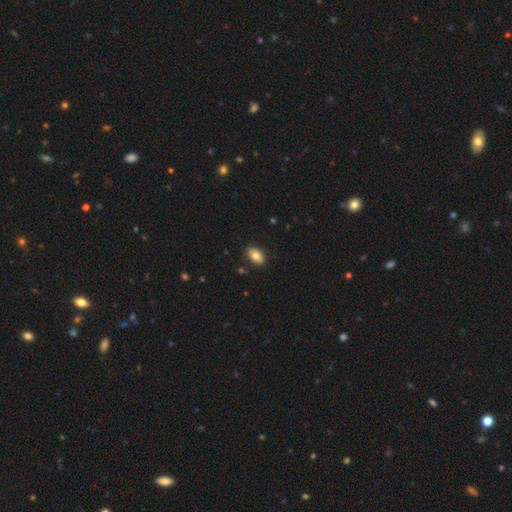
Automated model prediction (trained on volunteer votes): The model was most divided on "smooth or featured": smooth: 79%, featured or disk: 13%, star or artifact: 8%. More confident: how rounded — in between (91%); merging — none (87%).